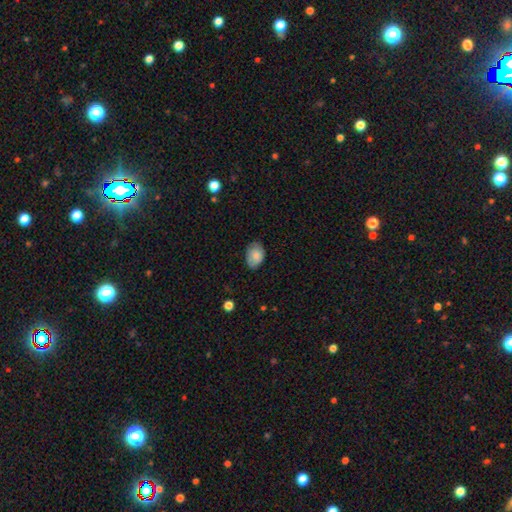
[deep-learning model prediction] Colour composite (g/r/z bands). It shows a smooth galaxy with no disk features (80%) that is in between round and cigar-shaped (85%). Merging: none (74%).